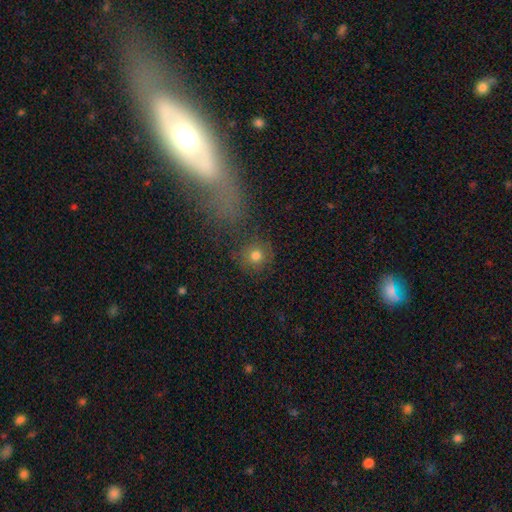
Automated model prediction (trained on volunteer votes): Smooth or featured?
  - smooth: 75% *
  - star or artifact: 15%
  - featured or disk: 10%
How rounded?
  - round: 92% *
  - in between: 7%
  - cigar-shaped: 1%
Merging?
  - none: 78% *
  - minor disturbance: 10%
  - merger: 6%
  - major disturbance: 6%